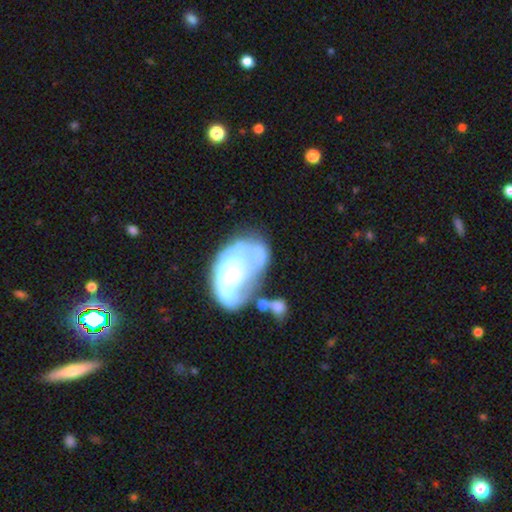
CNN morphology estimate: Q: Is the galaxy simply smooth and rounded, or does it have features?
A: featured or disk — 68%.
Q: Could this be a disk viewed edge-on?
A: no — 98%.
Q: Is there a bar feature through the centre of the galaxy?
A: no — 81%.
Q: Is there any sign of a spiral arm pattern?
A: no — 63%.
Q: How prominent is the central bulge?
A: moderate — 36%.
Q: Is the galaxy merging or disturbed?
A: major disturbance — 28%, tied with merger.